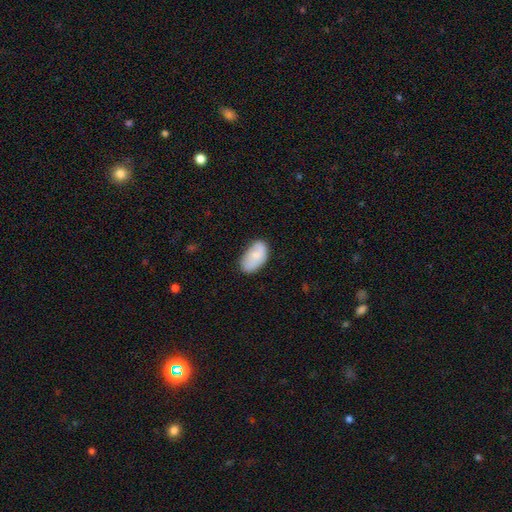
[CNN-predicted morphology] Q: Smooth or featured?
A: smooth (72%); runner-up: featured or disk (21%)
Q: How rounded?
A: in between (93%); runner-up: round (5%)
Q: Merging?
A: none (62%); runner-up: minor disturbance (28%)